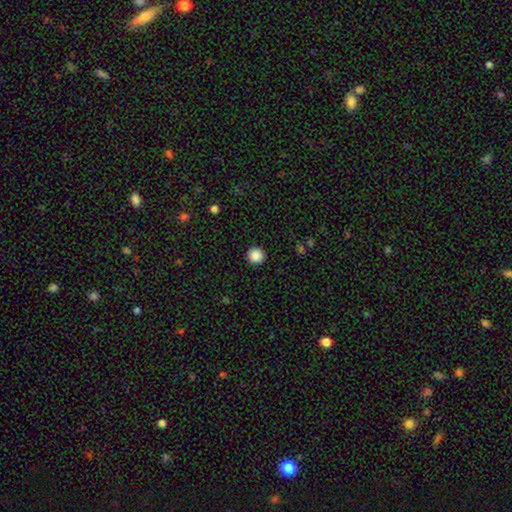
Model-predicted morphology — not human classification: smooth_or_featured: smooth (p=0.87) [alt: star or artifact p=0.10]
how_rounded: round (p=0.95) [alt: in between p=0.04]
merging: none (p=0.93) [alt: minor disturbance p=0.04]